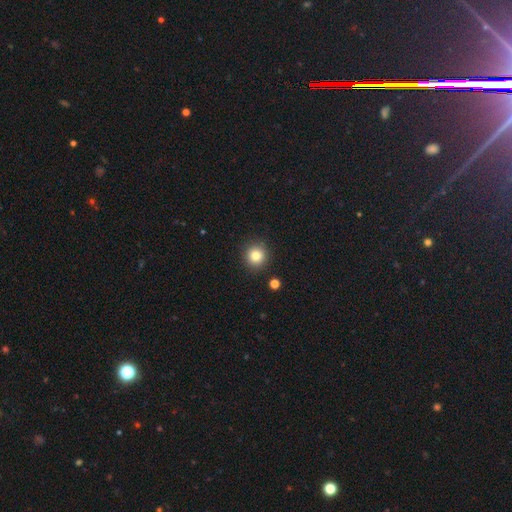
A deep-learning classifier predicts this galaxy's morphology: A smooth galaxy with no disk features (82%) that is round (94%).

Vote fractions:
- Smooth or featured? smooth: 82% / star or artifact: 12% / featured or disk: 6%
- How rounded? round: 94% / in between: 5% / cigar-shaped: 1%
- Merging? none: 90% / minor disturbance: 6% / merger: 2% / major disturbance: 2%